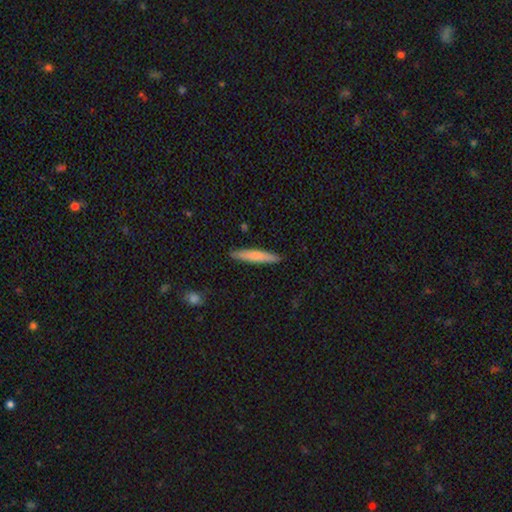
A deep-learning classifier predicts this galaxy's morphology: smooth-or-featured: smooth: 74% | featured or disk: 20% | star or artifact: 5%
  how-rounded: cigar-shaped: 92% | in between: 7% | round: 1%
  merging: none: 90% | minor disturbance: 7% | major disturbance: 1% | merger: 1%